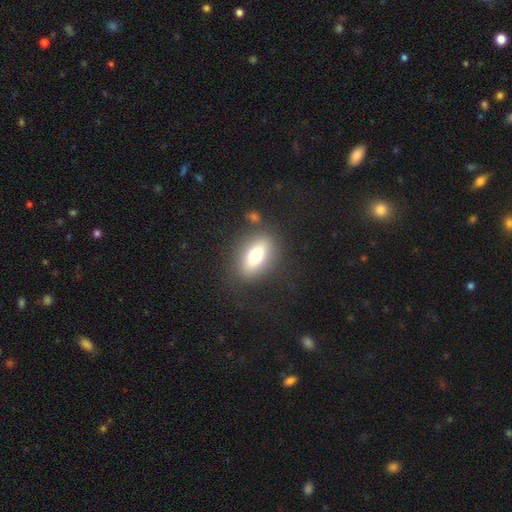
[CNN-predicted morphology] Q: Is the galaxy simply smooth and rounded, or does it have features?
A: smooth — 70%.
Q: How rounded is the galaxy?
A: in between — 78%.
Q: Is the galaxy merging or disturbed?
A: none — 80%.